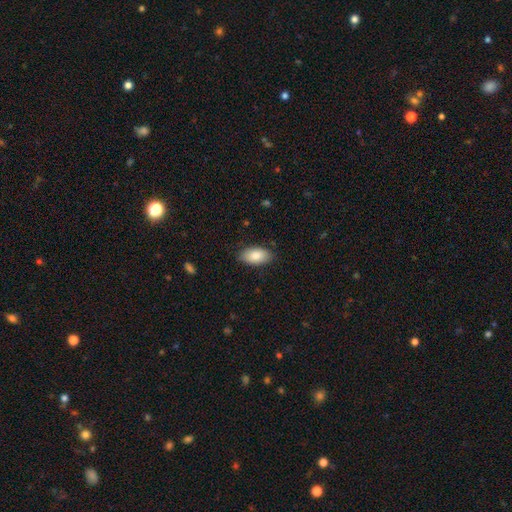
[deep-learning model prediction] A smooth galaxy with no disk features (85%) that is in between round and cigar-shaped (94%). Merging: none (85%).